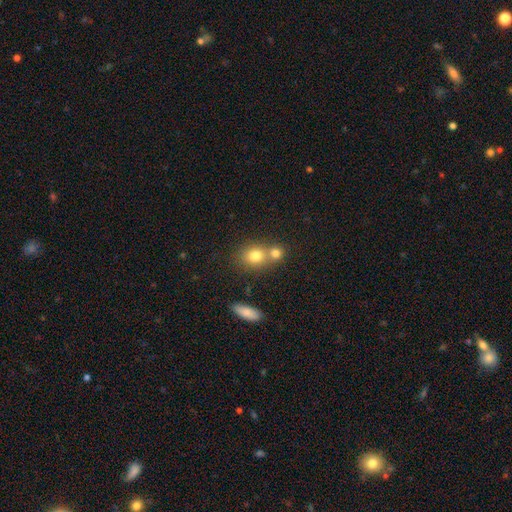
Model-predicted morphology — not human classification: type=smooth (78%); roundness=round (63%); merging=merger (47%).